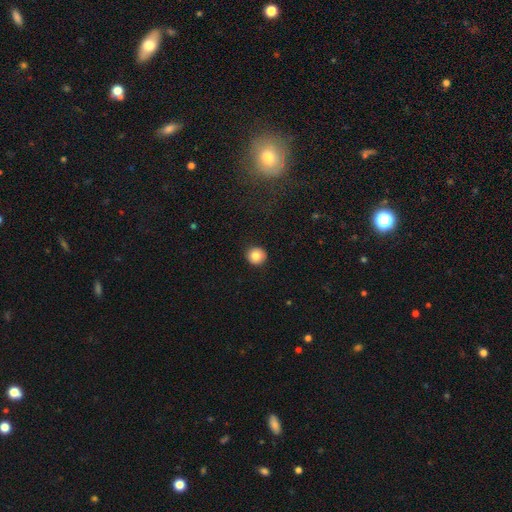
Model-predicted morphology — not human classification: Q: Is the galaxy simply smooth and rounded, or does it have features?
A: smooth — 83%.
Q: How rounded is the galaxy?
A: round — 92%.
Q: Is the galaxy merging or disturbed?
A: none — 91%.